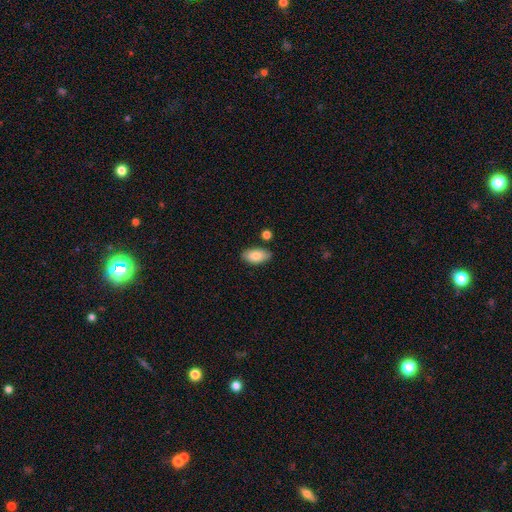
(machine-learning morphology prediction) type=smooth (83%); roundness=in between (93%); merging=none (80%).